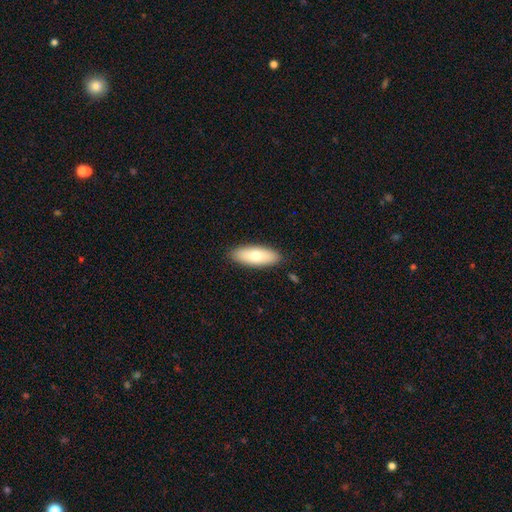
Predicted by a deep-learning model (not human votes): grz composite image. It shows a smooth galaxy with no disk features (74%) that is in between round and cigar-shaped (73%). Merging: none (88%).